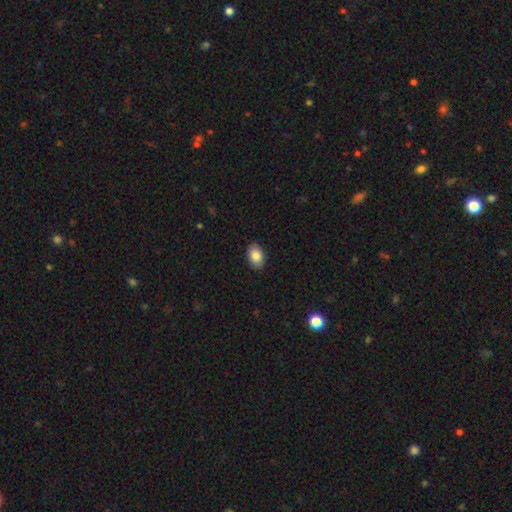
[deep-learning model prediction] Overall: smooth (87%). How rounded: in between (86%). Merging: none (89%).